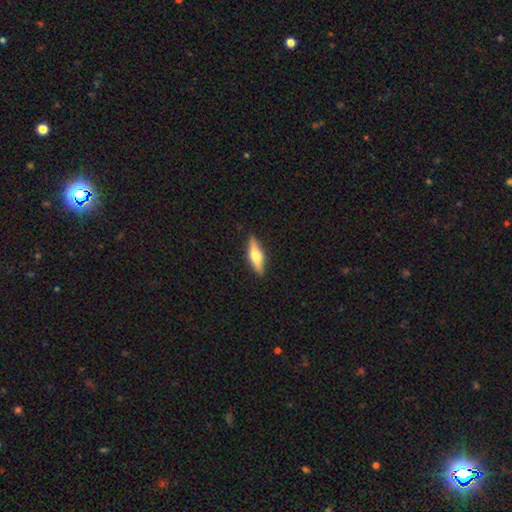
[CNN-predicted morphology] A featured or disk galaxy (54%) viewed edge-on (95%) with a rounded central bulge (93%).

Vote fractions:
- Smooth or featured? featured or disk: 54% / smooth: 40% / star or artifact: 6%
- Edge-on disk? yes: 95% / no: 5%
- Edge-on bulge? rounded: 93% / boxy: 5% / none: 2%
- Merging? none: 89% / minor disturbance: 8% / major disturbance: 2% / merger: 1%